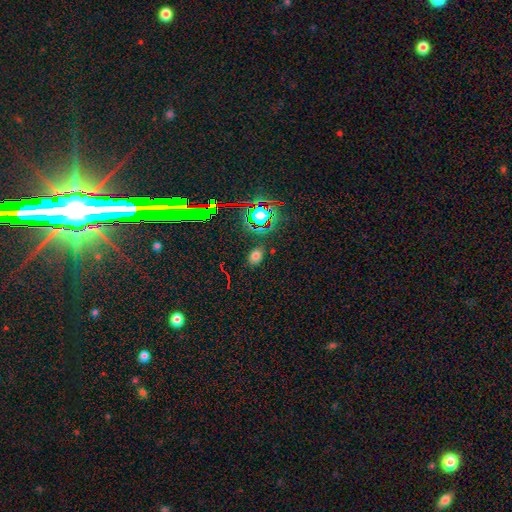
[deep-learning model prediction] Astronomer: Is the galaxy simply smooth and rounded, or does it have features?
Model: smooth — 68%.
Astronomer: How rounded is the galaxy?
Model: in between — 68%.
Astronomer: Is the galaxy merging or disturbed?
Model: none — 84%.